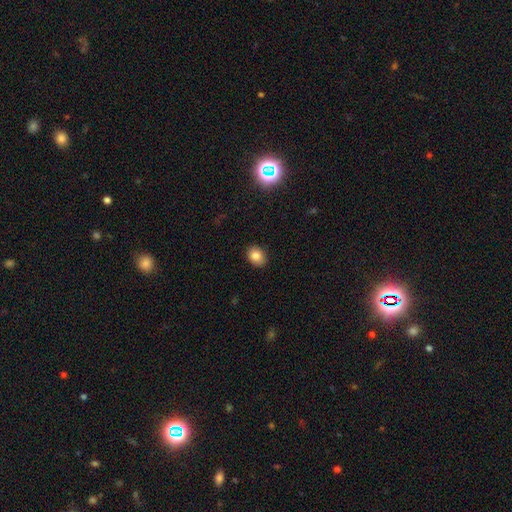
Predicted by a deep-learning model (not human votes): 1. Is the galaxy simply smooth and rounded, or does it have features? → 83% smooth, 10% star or artifact, 7% featured or disk.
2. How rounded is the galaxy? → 60% in between, 39% round, 1% cigar-shaped.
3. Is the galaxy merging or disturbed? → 89% none, 8% minor disturbance, 2% major disturbance, 1% merger.